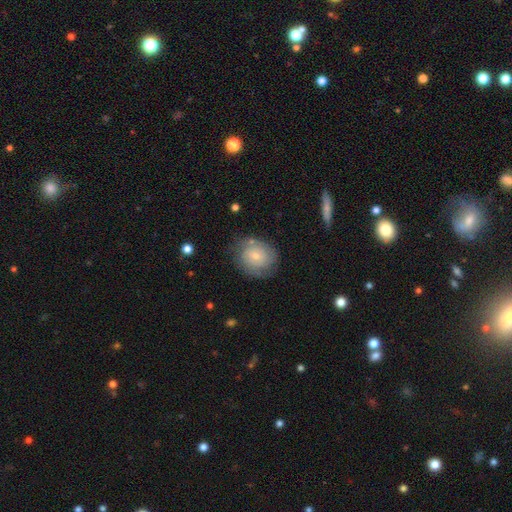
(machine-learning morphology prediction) The model was most divided on "smooth or featured": featured or disk: 57%, smooth: 36%, star or artifact: 7%. More confident: edge-on disk — no (97%); spiral arms — yes (81%); bar — no (73%); merging — none (70%); bulge size — small (68%).